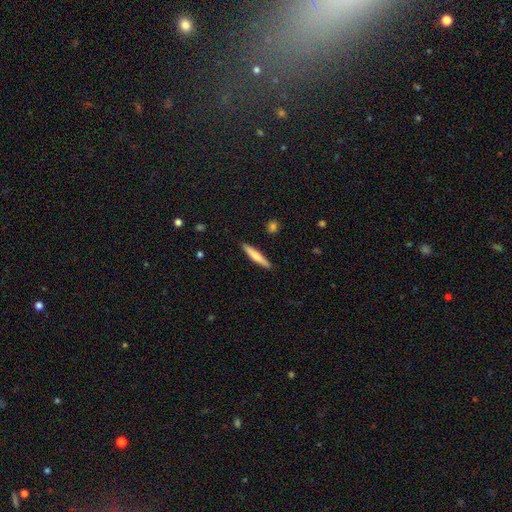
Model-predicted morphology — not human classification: This is likely a smooth galaxy (65%). How rounded: clearly cigar-shaped (92%). Merging: clearly none (90%).